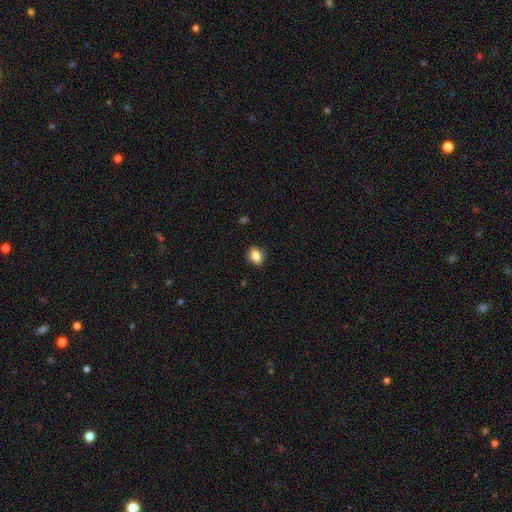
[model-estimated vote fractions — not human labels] smooth_or_featured: smooth (p=0.80) [alt: featured or disk p=0.11]
how_rounded: in between (p=0.60) [alt: round p=0.37]
merging: none (p=0.86) [alt: minor disturbance p=0.11]